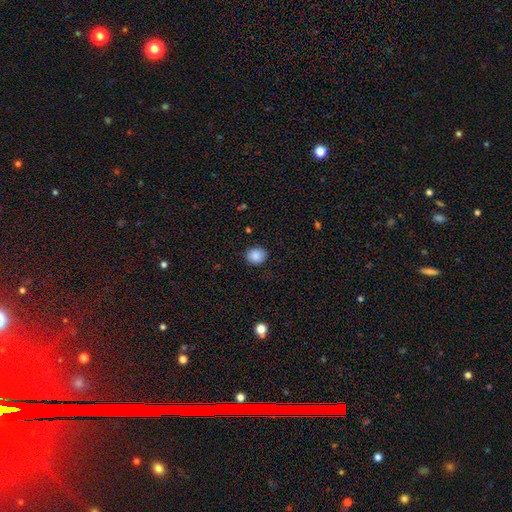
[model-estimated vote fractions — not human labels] The model was most divided on "how rounded": round: 72%, in between: 27%, cigar-shaped: 1%. More confident: smooth or featured — smooth (88%); merging — none (86%).